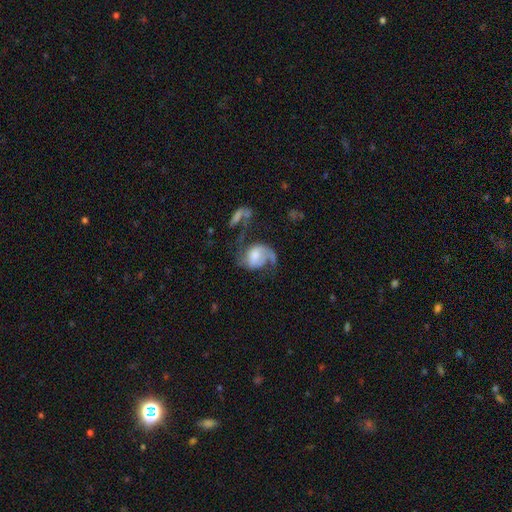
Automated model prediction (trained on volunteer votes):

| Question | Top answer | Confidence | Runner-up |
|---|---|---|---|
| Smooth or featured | featured or disk | 72% | smooth (21%) |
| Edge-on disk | no | 98% | yes (2%) |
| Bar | no | 50% | weak (39%) |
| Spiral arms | yes | 90% | no (10%) |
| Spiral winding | loose | 45% | medium (40%) |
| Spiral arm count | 2 | 60% | 1 (30%) |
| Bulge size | moderate | 33% | large (24%) |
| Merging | major disturbance | 36% | none (35%) |